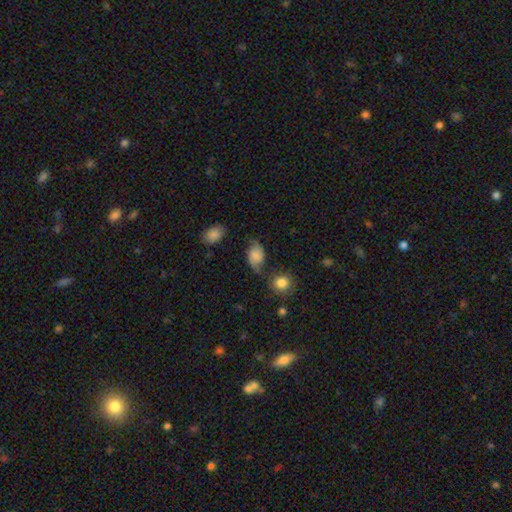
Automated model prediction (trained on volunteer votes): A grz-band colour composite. It shows a smooth galaxy with no disk features (52%) that is in between round and cigar-shaped (78%). Merging: none (56%).